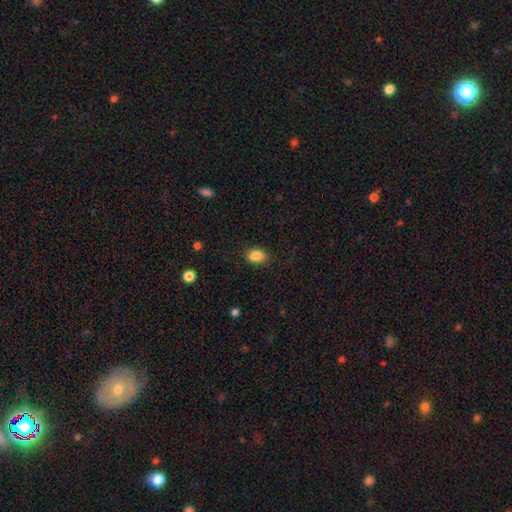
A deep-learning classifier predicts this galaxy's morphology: The model was most divided on "how rounded": in between: 79%, round: 19%, cigar-shaped: 1%. More confident: smooth or featured — smooth (87%); merging — none (85%).